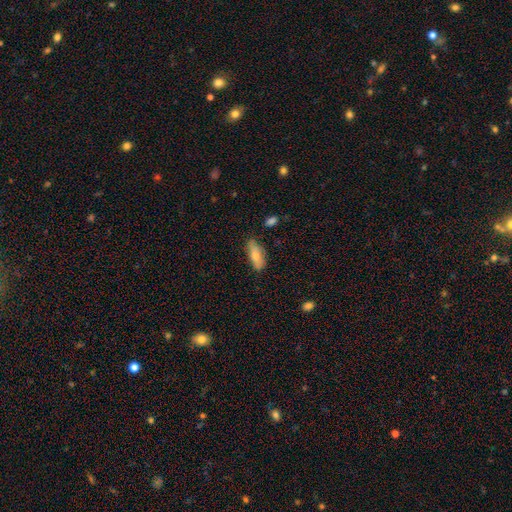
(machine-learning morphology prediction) This appears to be a smooth galaxy with no disk features (74%) that is in between round and cigar-shaped (74%). Merging: none (72%).